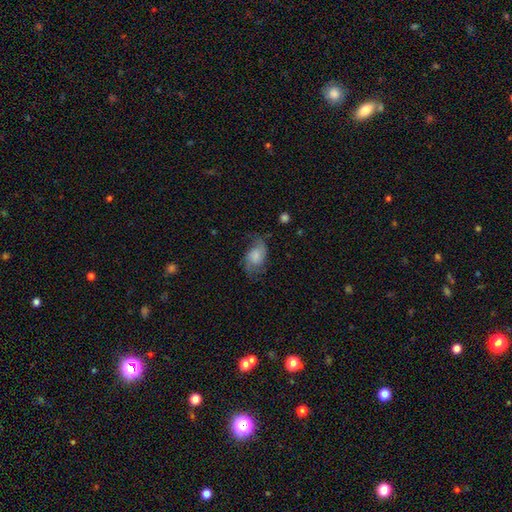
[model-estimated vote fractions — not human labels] Q: Smooth or featured?
A: featured or disk (53%); runner-up: smooth (39%)
Q: Edge-on disk?
A: no (97%); runner-up: yes (3%)
Q: Bar?
A: no (62%); runner-up: weak (32%)
Q: Spiral arms?
A: yes (88%); runner-up: no (12%)
Q: Bulge size?
A: none (30%); runner-up: small (24%)
Q: Merging?
A: none (55%); runner-up: minor disturbance (25%)